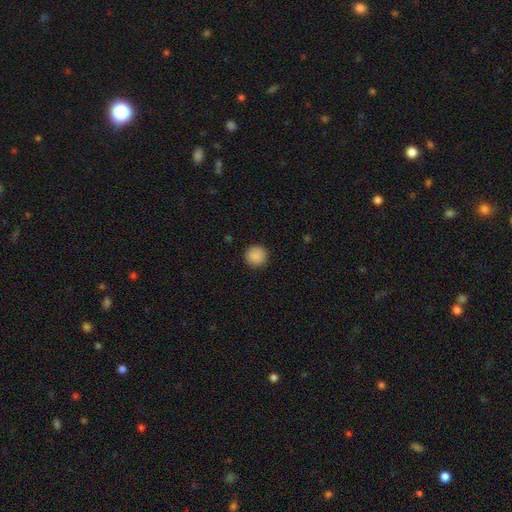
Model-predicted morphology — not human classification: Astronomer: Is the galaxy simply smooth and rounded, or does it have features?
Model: smooth — 89%.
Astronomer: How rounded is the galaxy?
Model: round — 94%.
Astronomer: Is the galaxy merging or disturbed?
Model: none — 90%.